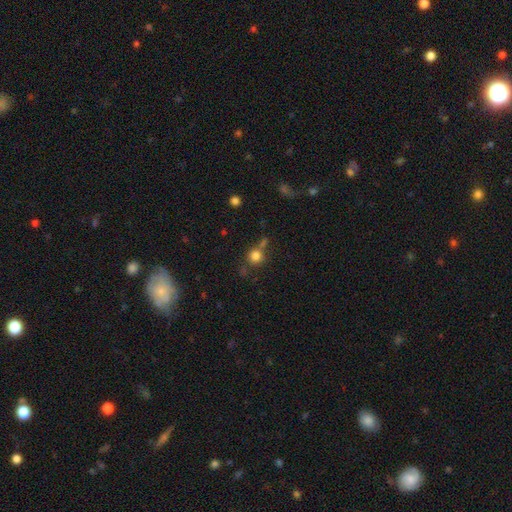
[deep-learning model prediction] Smooth or featured?
  - smooth: 79% *
  - star or artifact: 13%
  - featured or disk: 8%
How rounded?
  - round: 90% *
  - in between: 9%
  - cigar-shaped: 1%
Merging?
  - none: 61% *
  - merger: 18%
  - minor disturbance: 14%
  - major disturbance: 7%